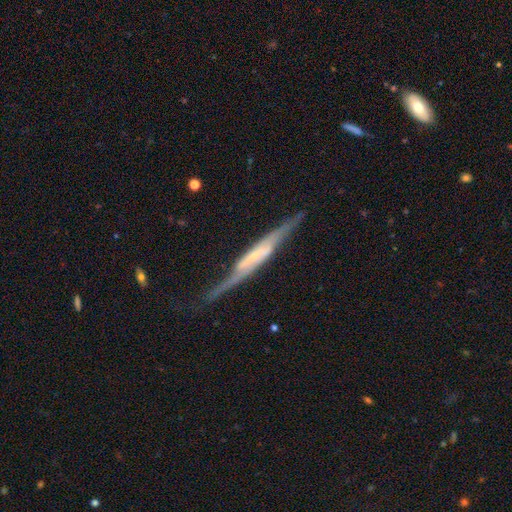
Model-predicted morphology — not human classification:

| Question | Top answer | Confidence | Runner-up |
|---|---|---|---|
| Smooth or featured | featured or disk | 77% | smooth (17%) |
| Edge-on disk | yes | 82% | no (18%) |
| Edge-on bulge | none | 38% | boxy (36%) |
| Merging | none | 61% | minor disturbance (24%) |